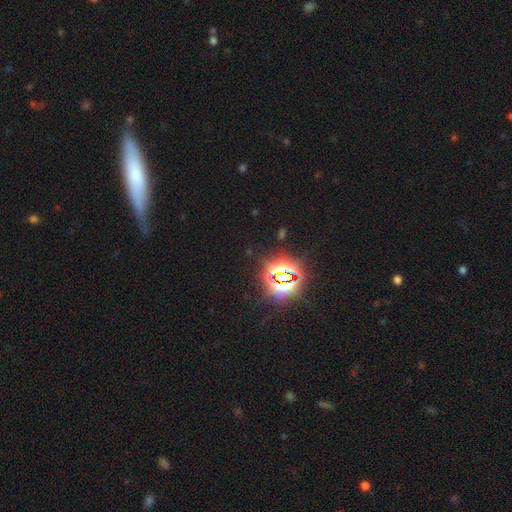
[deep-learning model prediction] The model was most divided on "smooth or featured": star or artifact: 68%, smooth: 20%, featured or disk: 12%.